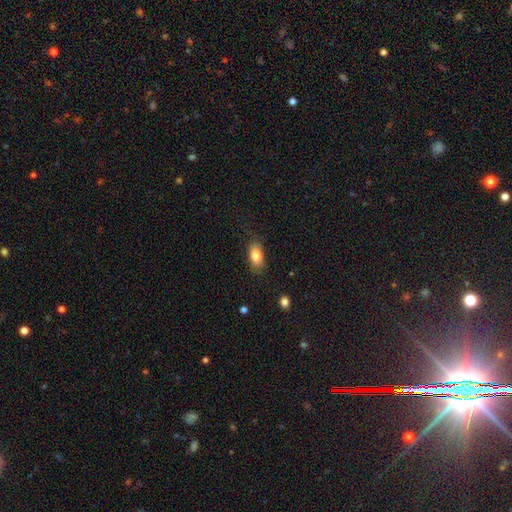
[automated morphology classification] Smooth or featured: smooth — 82% (featured or disk — 10%)
How rounded: in between — 87% (cigar-shaped — 7%)
Merging: none — 80% (minor disturbance — 15%)